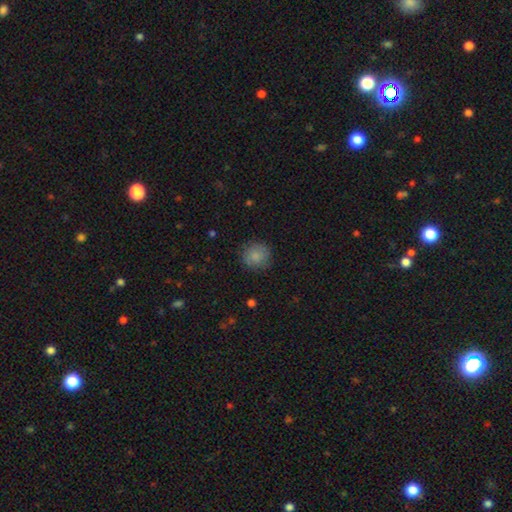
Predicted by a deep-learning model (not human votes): Smooth or featured? smooth (84%)
How rounded? round (92%)
Merging? none (84%)